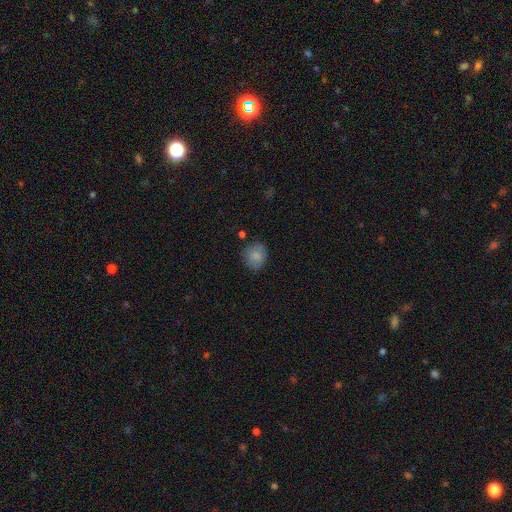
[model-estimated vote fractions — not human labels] Q: Smooth or featured?
A: smooth (81%); runner-up: featured or disk (10%)
Q: How rounded?
A: round (78%); runner-up: in between (21%)
Q: Merging?
A: none (76%); runner-up: minor disturbance (17%)